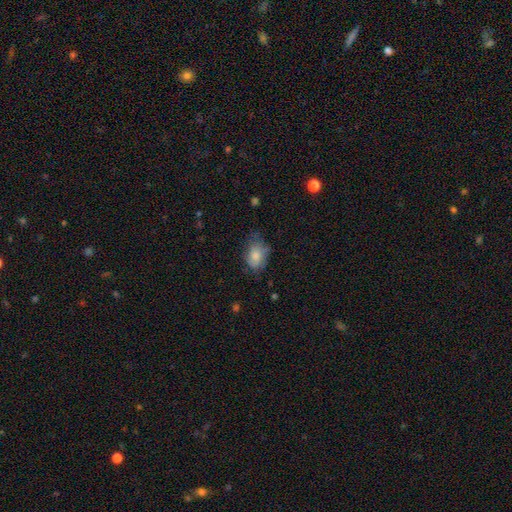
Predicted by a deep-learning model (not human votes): A smooth galaxy with no disk features (75%) that is in between round and cigar-shaped (78%). Merging: none (50%).